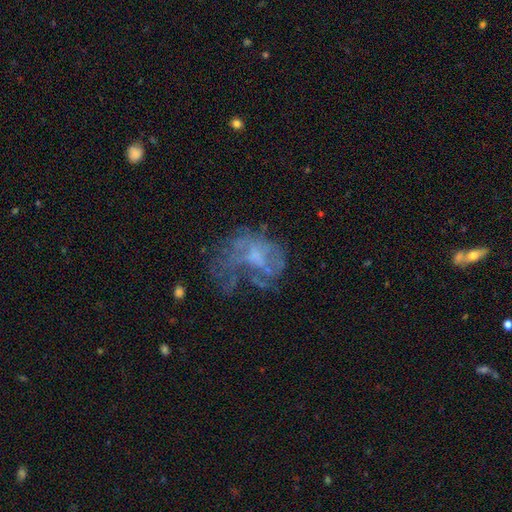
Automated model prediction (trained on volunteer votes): smooth_or_featured: featured or disk (p=0.56) [alt: smooth p=0.26]
disk_edge_on: no (p=0.98) [alt: yes p=0.02]
bar: no (p=0.80) [alt: weak p=0.17]
has_spiral_arms: no (p=0.75) [alt: yes p=0.25]
bulge_size: none (p=0.45) [alt: small p=0.27]
merging: major disturbance (p=0.40) [alt: none p=0.35]